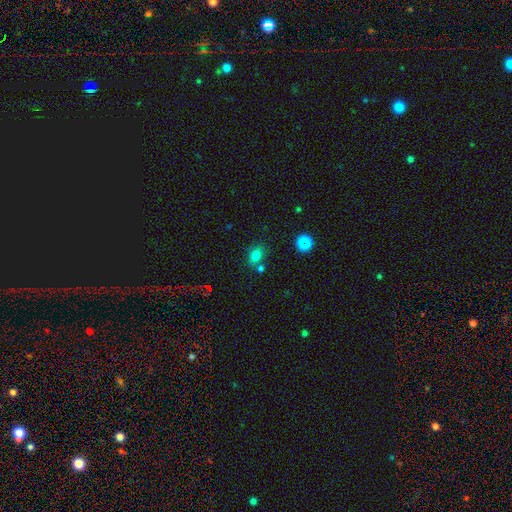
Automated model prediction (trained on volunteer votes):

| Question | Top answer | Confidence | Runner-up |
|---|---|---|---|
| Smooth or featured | smooth | 80% | star or artifact (13%) |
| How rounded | in between | 70% | round (28%) |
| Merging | none | 66% | merger (17%) |